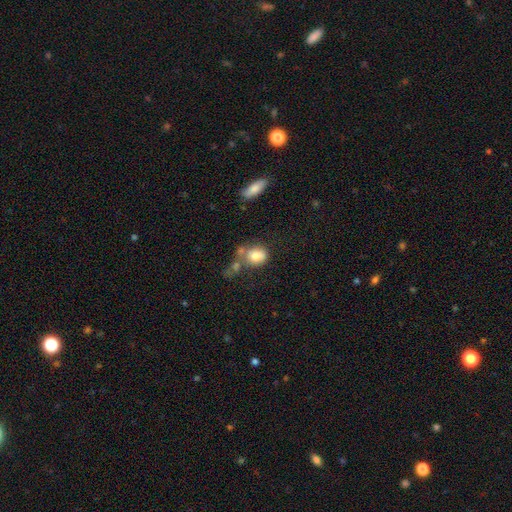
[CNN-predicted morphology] A smooth galaxy with no disk features (76%) that is round (52%). Merging: none (37%).